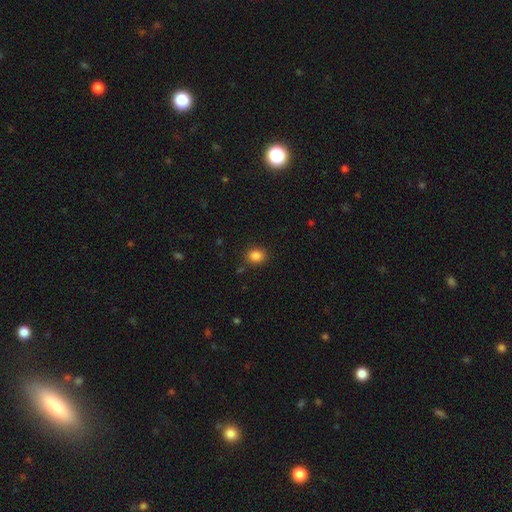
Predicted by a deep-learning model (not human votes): This is clearly a smooth galaxy (86%). How rounded: possibly round (55%). Merging: clearly none (86%).